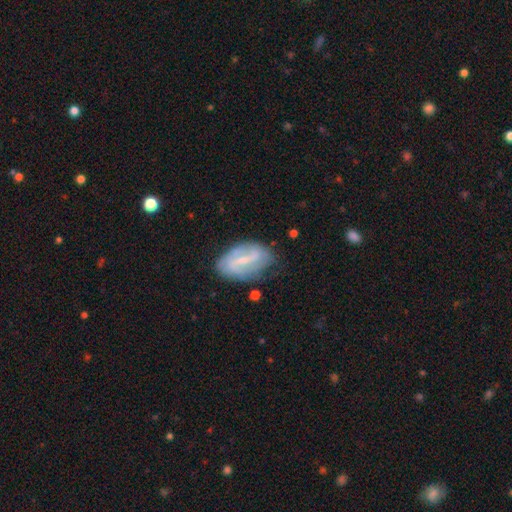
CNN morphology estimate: This is likely a featured or disk galaxy (71%). It is clearly not viewed edge-on (95%). Bar: possibly weak (47%). Spiral arm pattern: likely yes (78%). Spiral arm count: likely 2 (67%). Spiral winding: marginally medium (38%). Central bulge: likely small (61%). Merging: likely none (63%).